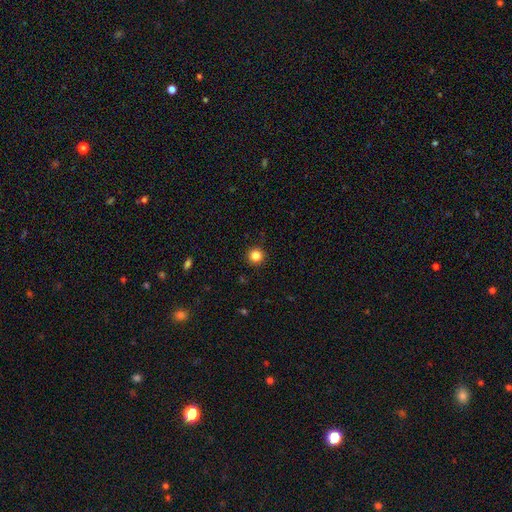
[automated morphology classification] smooth 84%, star or artifact 12%, featured or disk 4%. Down the decision tree: how rounded — round (96%); merging — none (93%).